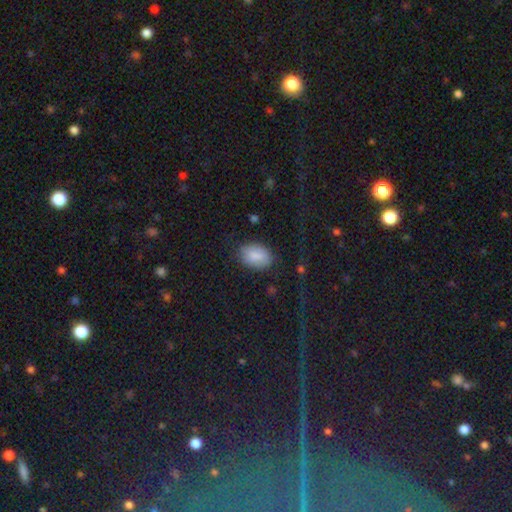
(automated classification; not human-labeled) A smooth galaxy with no disk features (84%) that is in between round and cigar-shaped (84%). Merging: none (73%).